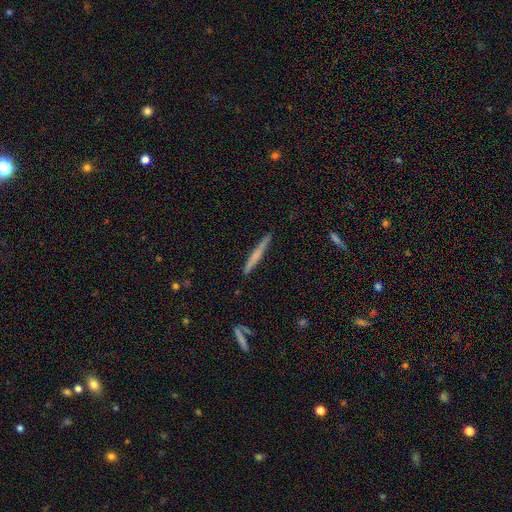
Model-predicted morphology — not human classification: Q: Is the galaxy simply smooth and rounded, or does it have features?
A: smooth — 51%.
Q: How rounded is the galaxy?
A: cigar-shaped — 96%.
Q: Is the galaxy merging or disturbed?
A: none — 89%.